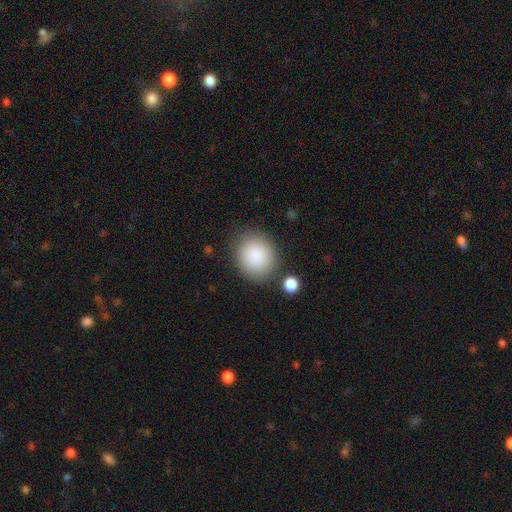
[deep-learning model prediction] A smooth galaxy with no disk features (87%) that is round (77%). Merging: none (81%).